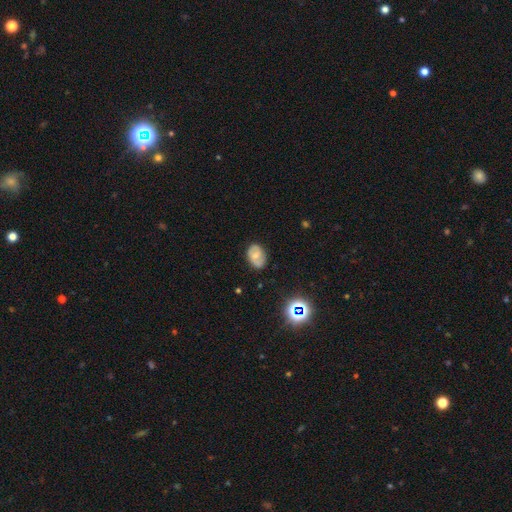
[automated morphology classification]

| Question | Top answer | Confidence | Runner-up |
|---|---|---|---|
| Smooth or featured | smooth | 50% | featured or disk (39%) |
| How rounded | in between | 77% | round (22%) |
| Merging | none | 76% | minor disturbance (18%) |